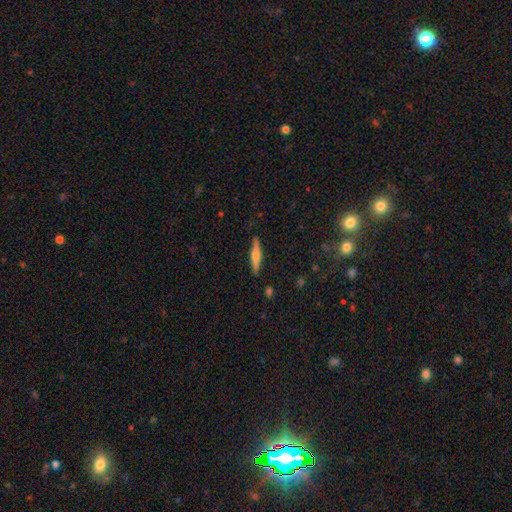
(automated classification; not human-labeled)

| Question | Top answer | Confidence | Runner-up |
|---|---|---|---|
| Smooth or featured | featured or disk | 49% | smooth (45%) |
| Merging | none | 89% | minor disturbance (8%) |